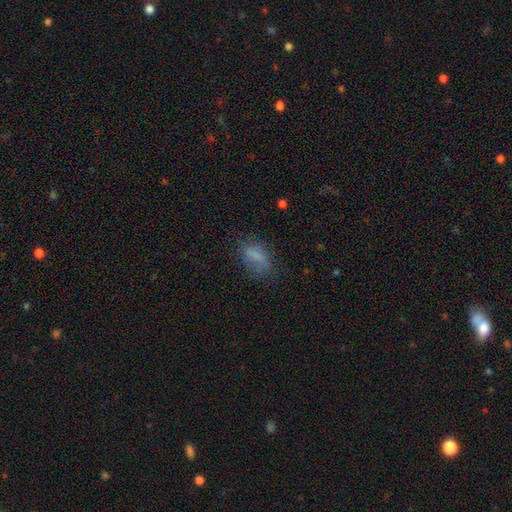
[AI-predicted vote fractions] The model was most divided on "merging": none: 60%, minor disturbance: 24%, major disturbance: 14%, merger: 2%. More confident: how rounded — in between (82%); smooth or featured — smooth (73%).